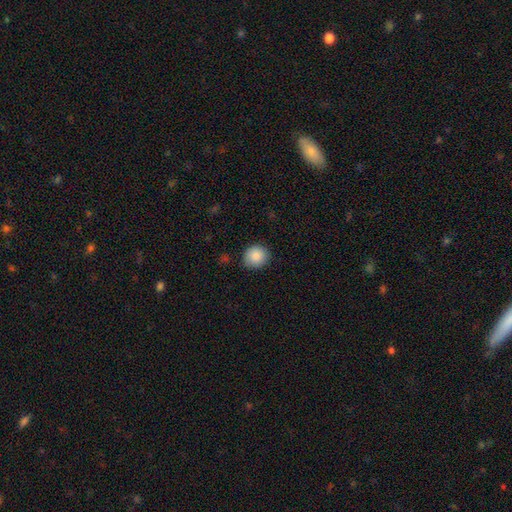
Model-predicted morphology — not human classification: A smooth galaxy with no disk features (88%) that is round (87%). Merging: none (86%).